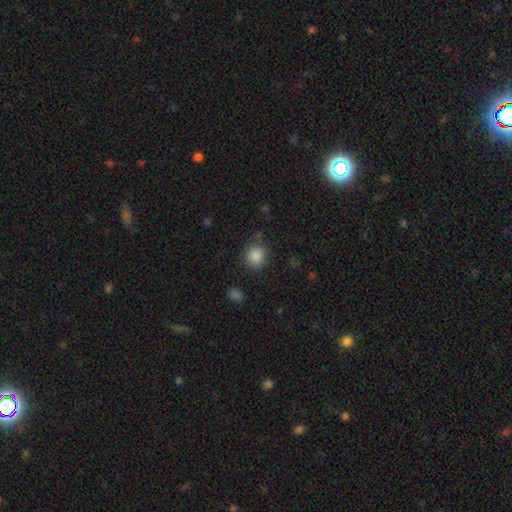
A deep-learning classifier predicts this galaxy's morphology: smooth_or_featured: smooth (p=0.87) [alt: star or artifact p=0.10]
how_rounded: round (p=0.82) [alt: in between p=0.17]
merging: none (p=0.83) [alt: minor disturbance p=0.10]